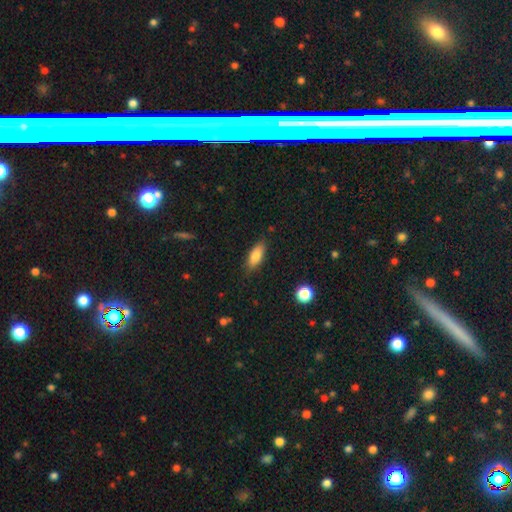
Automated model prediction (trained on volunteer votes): smooth_or_featured: smooth (p=0.79) [alt: featured or disk p=0.13]
how_rounded: in between (p=0.76) [alt: cigar-shaped p=0.21]
merging: none (p=0.84) [alt: minor disturbance p=0.12]